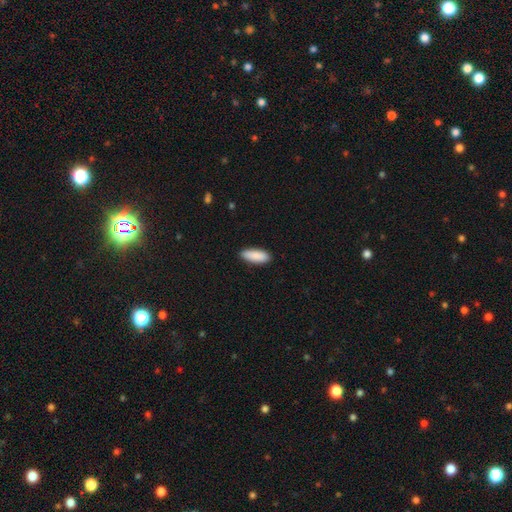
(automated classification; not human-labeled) This appears to be a smooth galaxy with no disk features (91%) that is in between round and cigar-shaped (72%). Merging: none (89%).